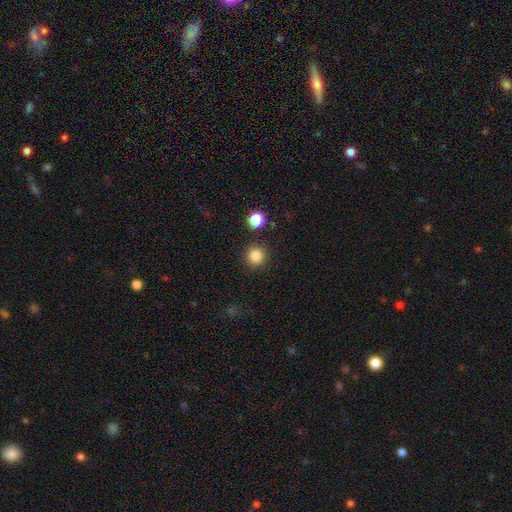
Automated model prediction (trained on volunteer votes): Overall: smooth (84%). How rounded: round (94%). Merging: none (90%).